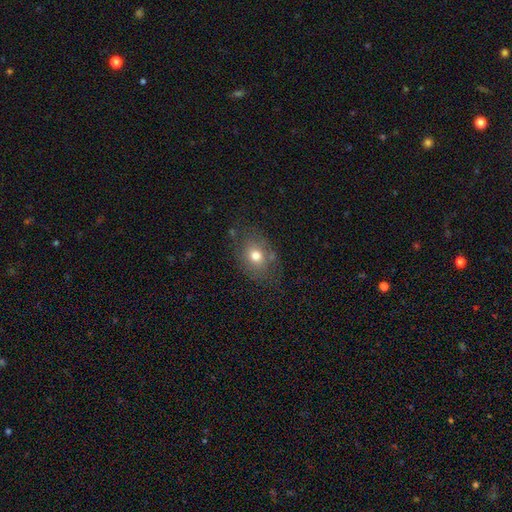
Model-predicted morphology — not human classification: Smooth or featured? smooth (72%)
How rounded? in between (62%)
Merging? none (70%)